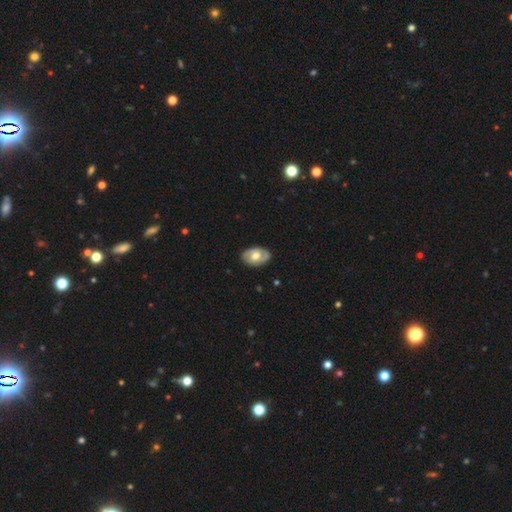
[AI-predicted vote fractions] smooth-or-featured: featured or disk: 51% | smooth: 44% | star or artifact: 6%
  disk-edge-on: no: 93% | yes: 7%
  merging: none: 84% | minor disturbance: 13% | major disturbance: 3% | merger: 1%